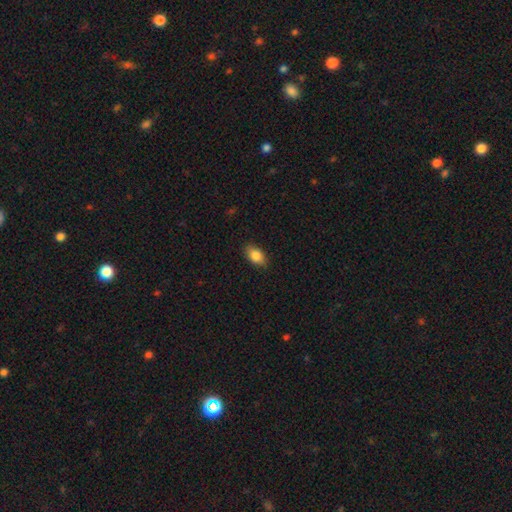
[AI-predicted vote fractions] Smooth or featured: smooth — 84% (featured or disk — 8%)
How rounded: in between — 88% (round — 8%)
Merging: none — 86% (minor disturbance — 10%)